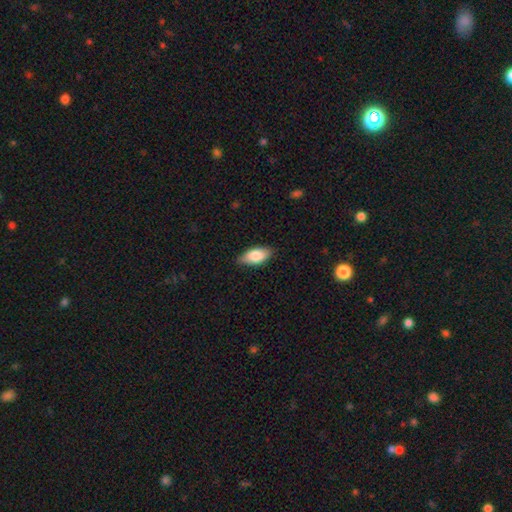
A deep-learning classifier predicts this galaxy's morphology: smooth-or-featured: smooth: 82% | featured or disk: 12% | star or artifact: 6%
  how-rounded: in between: 91% | cigar-shaped: 7% | round: 3%
  merging: none: 85% | minor disturbance: 12% | major disturbance: 2% | merger: 1%